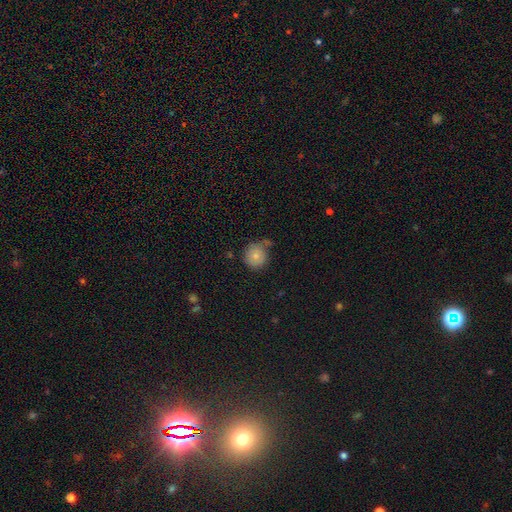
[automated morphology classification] Smooth or featured: smooth — 80% (featured or disk — 10%)
How rounded: round — 91% (in between — 8%)
Merging: none — 64% (minor disturbance — 20%)